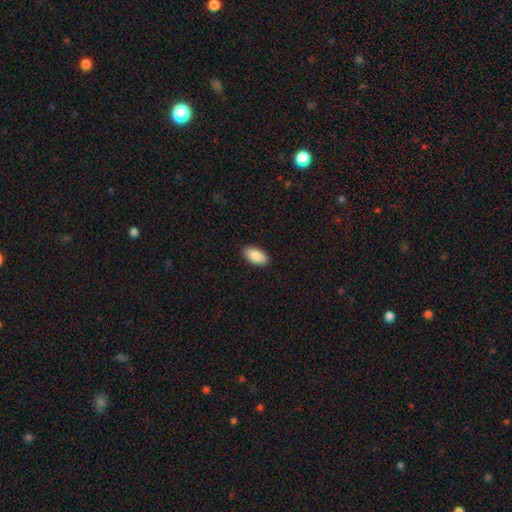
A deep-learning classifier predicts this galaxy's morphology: type=smooth (88%); roundness=in between (94%); merging=none (88%).